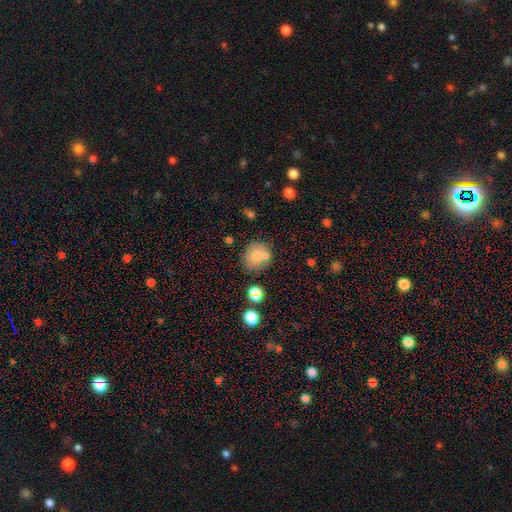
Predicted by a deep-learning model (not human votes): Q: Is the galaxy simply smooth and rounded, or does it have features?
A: smooth — 73%.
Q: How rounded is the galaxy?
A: round — 77%.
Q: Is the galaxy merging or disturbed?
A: none — 62%.